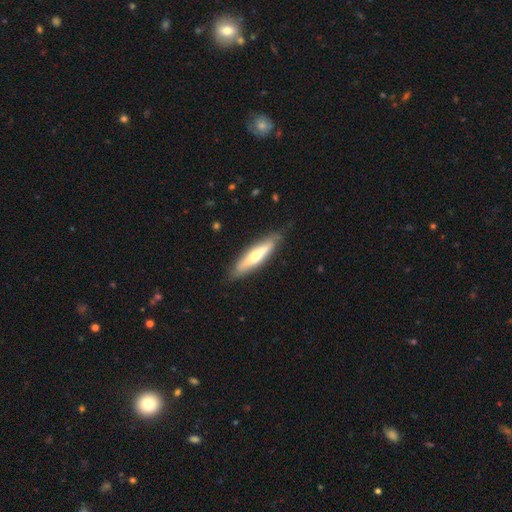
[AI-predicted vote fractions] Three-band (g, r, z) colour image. It shows a smooth galaxy with no disk features (51%) that is cigar-shaped (78%). Merging: none (81%).